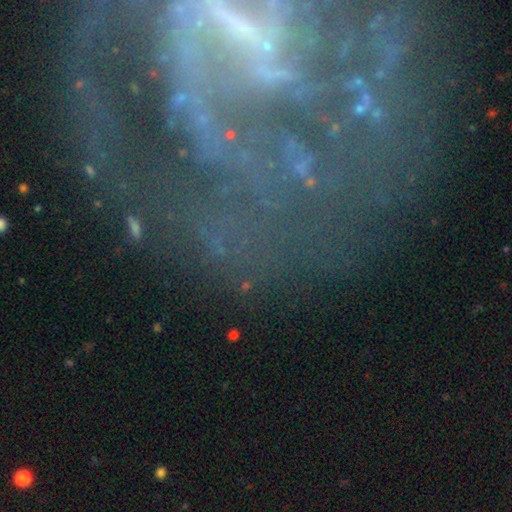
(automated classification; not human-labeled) The model was most divided on "smooth or featured": featured or disk: 48%, star or artifact: 35%, smooth: 17%. More confident: merging — none (59%).